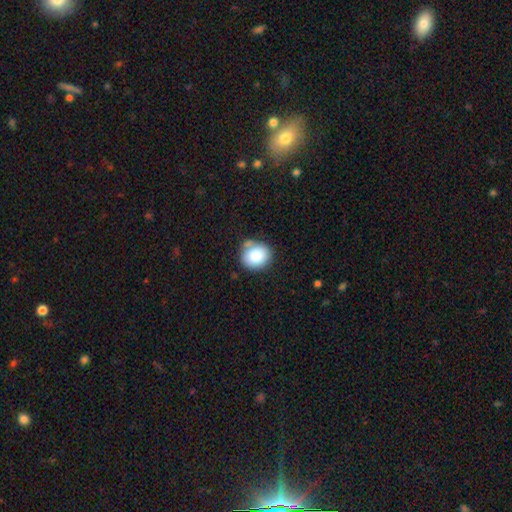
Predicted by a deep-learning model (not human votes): Q: Smooth or featured?
A: smooth (84%); runner-up: star or artifact (8%)
Q: How rounded?
A: round (71%); runner-up: in between (28%)
Q: Merging?
A: none (68%); runner-up: minor disturbance (18%)